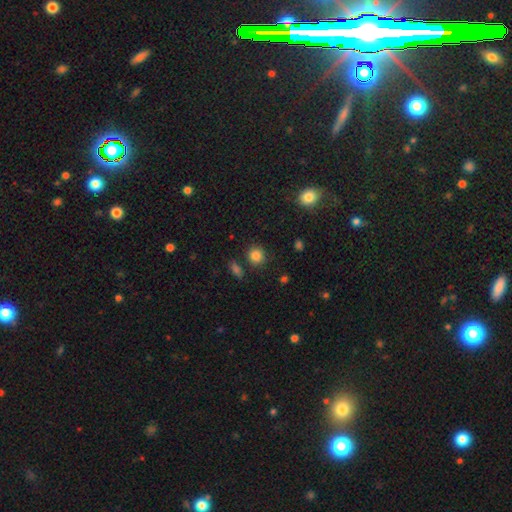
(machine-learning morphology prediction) Smooth or featured? smooth (84%)
How rounded? round (87%)
Merging? none (82%)